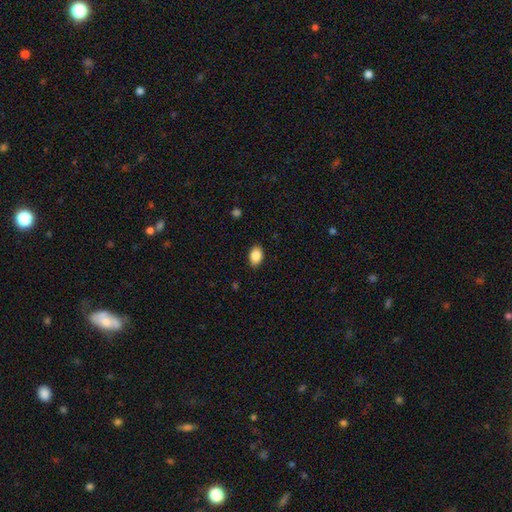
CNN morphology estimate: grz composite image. It shows a smooth galaxy with no disk features (87%) that is in between round and cigar-shaped (83%). Merging: none (87%).